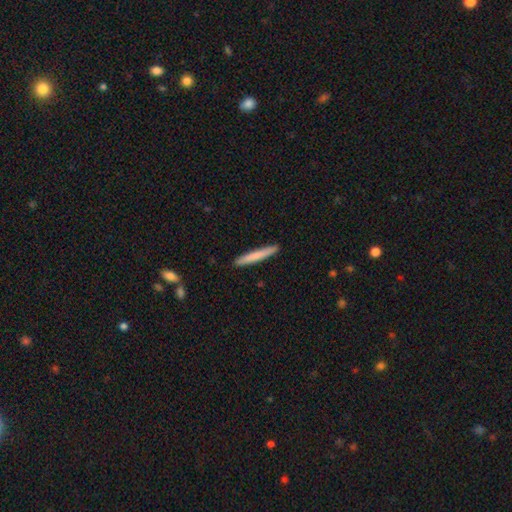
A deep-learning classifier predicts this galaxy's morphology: Smooth or featured? Predicted: smooth (p=0.75). How rounded? Predicted: cigar-shaped (p=0.96). Merging? Predicted: none (p=0.91).